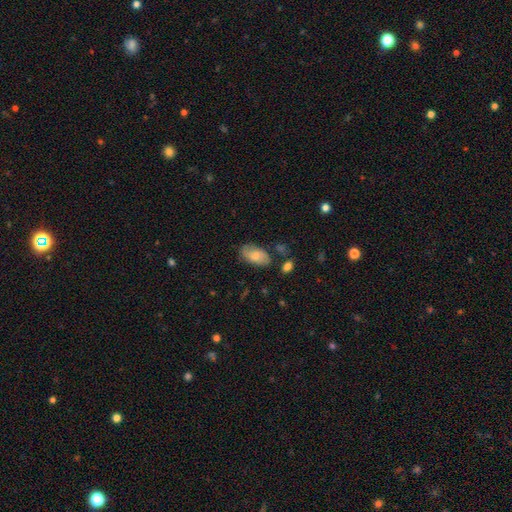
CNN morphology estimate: smooth-or-featured: smooth: 63% | featured or disk: 30% | star or artifact: 7%
  how-rounded: in between: 93% | round: 4% | cigar-shaped: 2%
  merging: none: 73% | minor disturbance: 18% | major disturbance: 5% | merger: 4%